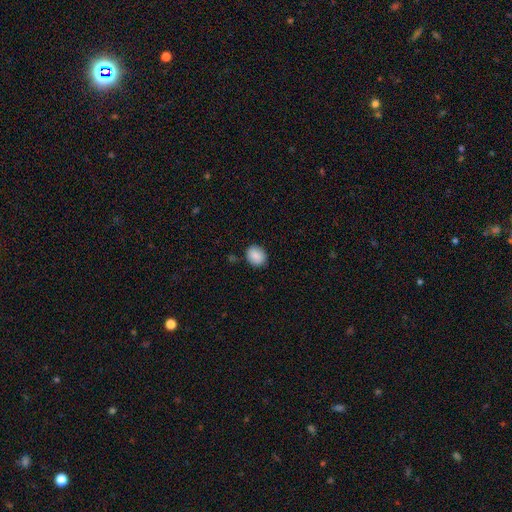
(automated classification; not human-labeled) A smooth galaxy with no disk features (89%) that is round (53%).

Vote fractions:
- Smooth or featured? smooth: 89% / star or artifact: 8% / featured or disk: 4%
- How rounded? round: 53% / in between: 46% / cigar-shaped: 1%
- Merging? none: 86% / minor disturbance: 10% / major disturbance: 2% / merger: 2%